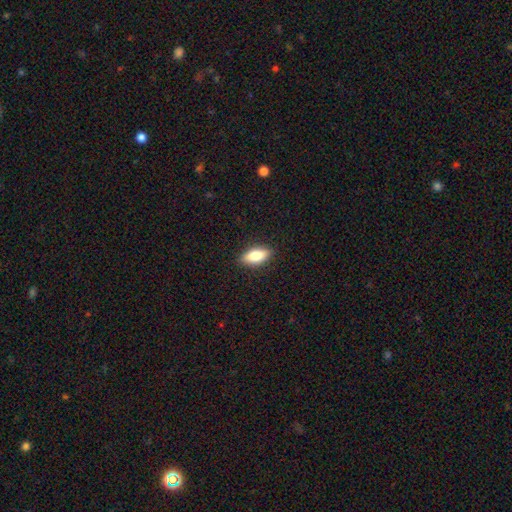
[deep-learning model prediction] smooth_or_featured: smooth (p=0.81) [alt: featured or disk p=0.13]
how_rounded: in between (p=0.81) [alt: cigar-shaped p=0.15]
merging: none (p=0.88) [alt: minor disturbance p=0.09]